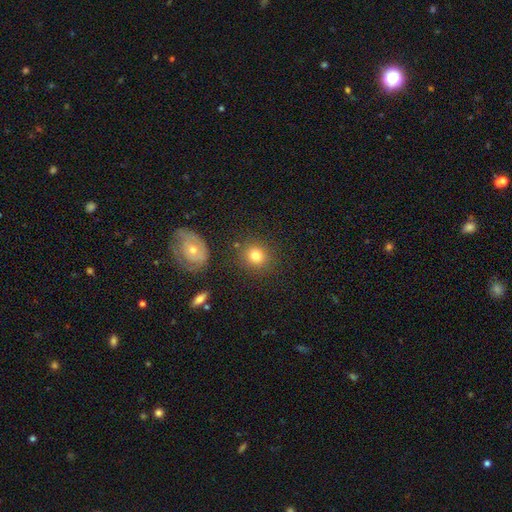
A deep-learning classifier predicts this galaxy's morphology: Q: Smooth or featured?
A: smooth (78%); runner-up: star or artifact (12%)
Q: How rounded?
A: round (83%); runner-up: in between (16%)
Q: Merging?
A: none (82%); runner-up: minor disturbance (9%)